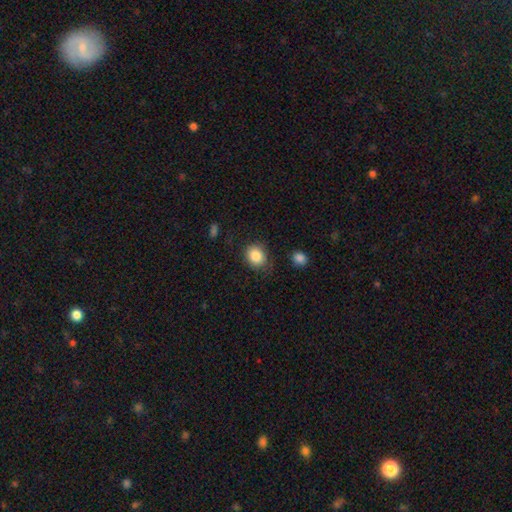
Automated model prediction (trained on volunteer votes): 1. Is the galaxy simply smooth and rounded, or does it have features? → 85% smooth, 9% star or artifact, 6% featured or disk.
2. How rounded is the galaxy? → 65% round, 34% in between, 1% cigar-shaped.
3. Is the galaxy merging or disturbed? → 77% none, 16% minor disturbance, 4% major disturbance, 3% merger.